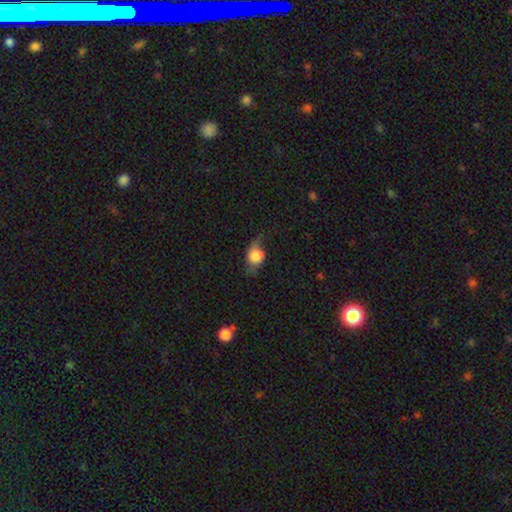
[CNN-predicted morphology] This is likely a smooth galaxy (66%). How rounded: possibly in between (55%). Merging: marginally none (42%).